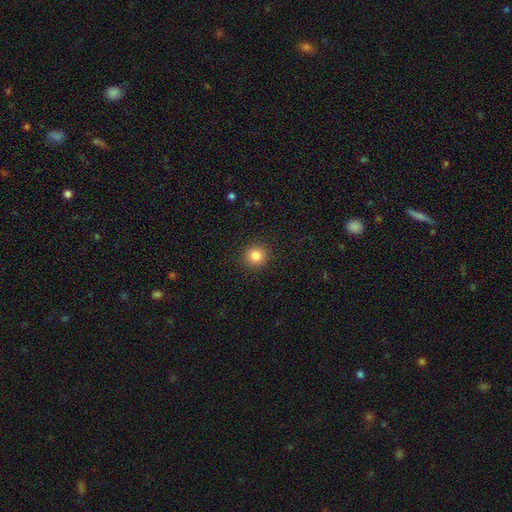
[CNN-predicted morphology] type=smooth (84%); roundness=round (94%); merging=none (92%).